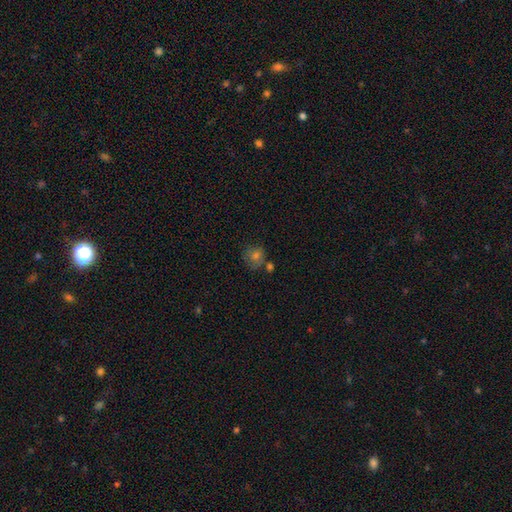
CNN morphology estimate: A smooth galaxy with no disk features (63%) that is round (82%). Merging: none (67%).